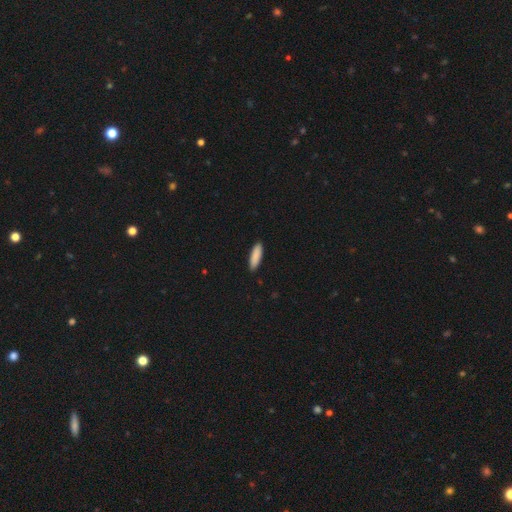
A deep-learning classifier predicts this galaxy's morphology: A smooth galaxy with no disk features (89%) that is cigar-shaped (57%). Merging: none (90%).